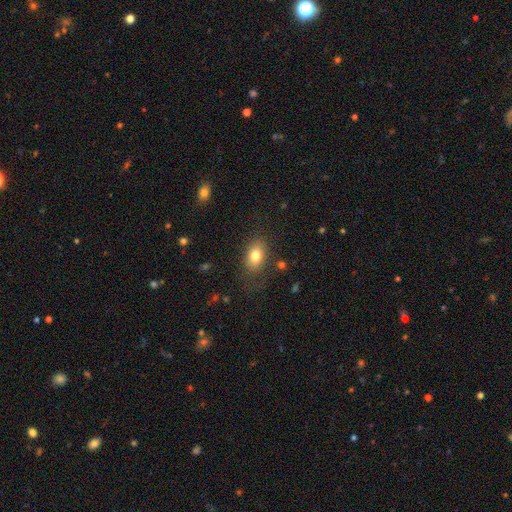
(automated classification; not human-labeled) A smooth galaxy with no disk features (78%) that is in between round and cigar-shaped (83%). Merging: none (73%).